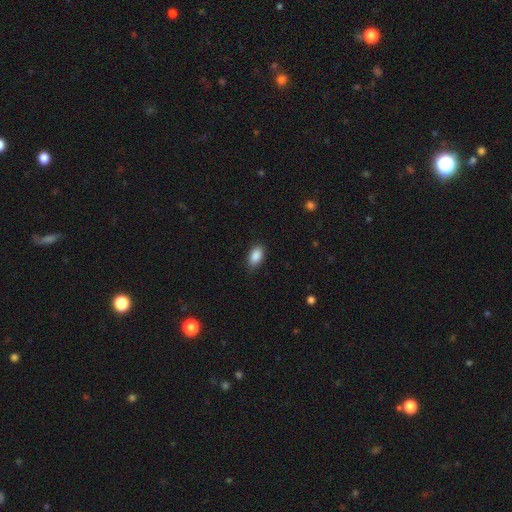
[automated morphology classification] Smooth or featured?
  - smooth: 89% *
  - star or artifact: 7%
  - featured or disk: 4%
How rounded?
  - in between: 92% *
  - round: 5%
  - cigar-shaped: 2%
Merging?
  - none: 85% *
  - minor disturbance: 11%
  - major disturbance: 2%
  - merger: 1%